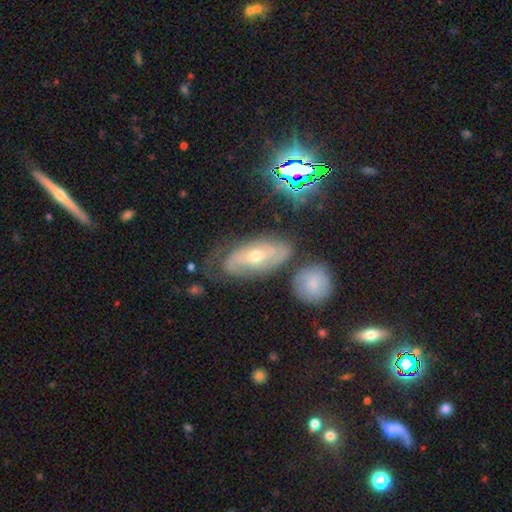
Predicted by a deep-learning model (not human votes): A featured or disk galaxy (68%) with no bar (57%), spiral arms (83%) and a moderate central bulge (62%).

Vote fractions:
- Smooth or featured? featured or disk: 68% / smooth: 19% / star or artifact: 14%
- Edge-on disk? no: 89% / yes: 11%
- Bar? no: 57% / weak: 30% / strong: 13%
- Spiral arms? yes: 83% / no: 17%
- Bulge size? moderate: 62% / small: 34% / large: 2% / none: 1% / dominant: 1%
- Merging? none: 59% / minor disturbance: 23% / major disturbance: 11% / merger: 7%